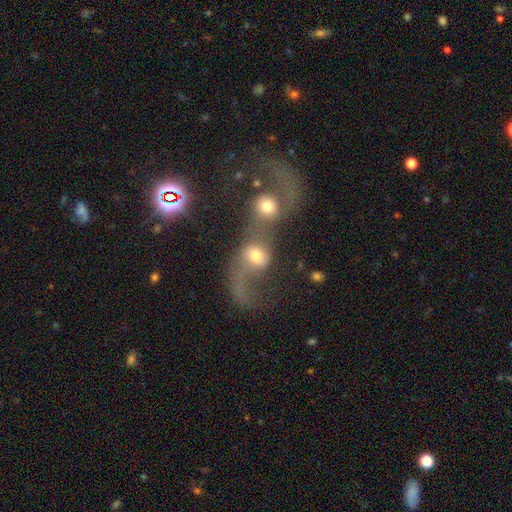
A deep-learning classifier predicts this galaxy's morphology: smooth-or-featured: smooth: 44% | featured or disk: 43% | star or artifact: 12%
  merging: merger: 79% | major disturbance: 11% | none: 6% | minor disturbance: 3%